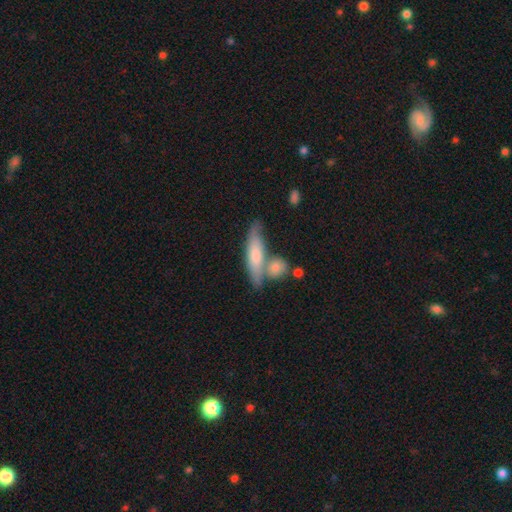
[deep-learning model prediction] Smooth or featured? smooth (65%)
How rounded? cigar-shaped (67%)
Merging? none (54%)